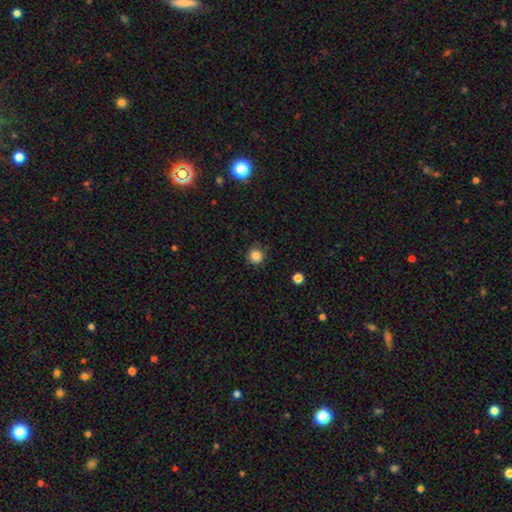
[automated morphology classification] The model was most divided on "smooth or featured": smooth: 84%, star or artifact: 11%, featured or disk: 5%. More confident: how rounded — round (94%); merging — none (90%).